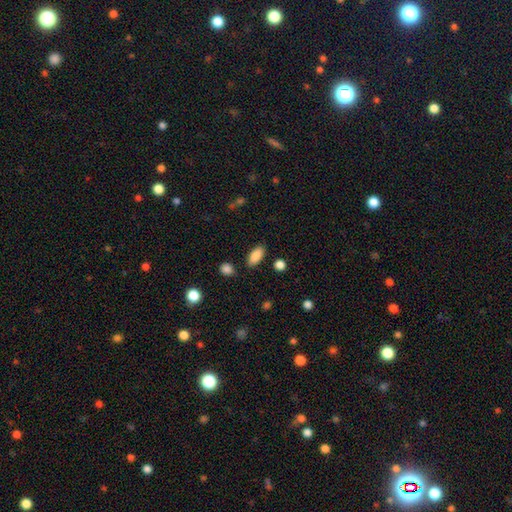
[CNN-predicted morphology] smooth 88%, star or artifact 7%, featured or disk 5%. Down the decision tree: how rounded — in between (88%); merging — none (85%).